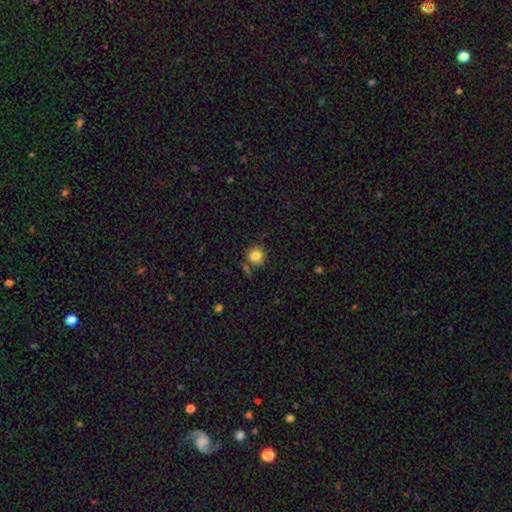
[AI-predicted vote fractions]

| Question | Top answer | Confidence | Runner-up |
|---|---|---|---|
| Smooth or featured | smooth | 83% | star or artifact (11%) |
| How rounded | round | 93% | in between (6%) |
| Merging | none | 79% | minor disturbance (10%) |